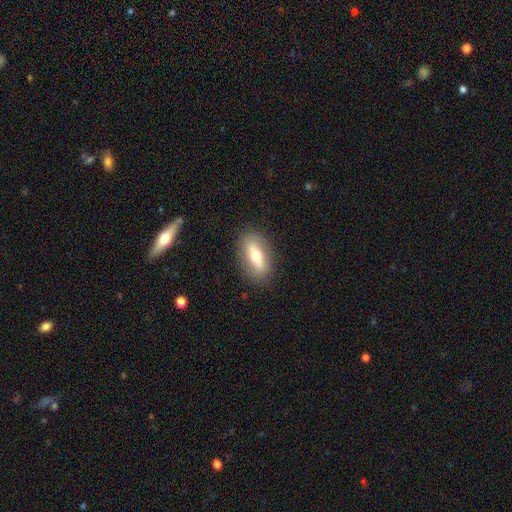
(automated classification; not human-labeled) smooth 54%, featured or disk 39%, star or artifact 8%. Down the decision tree: how rounded — in between (77%); merging — none (85%).